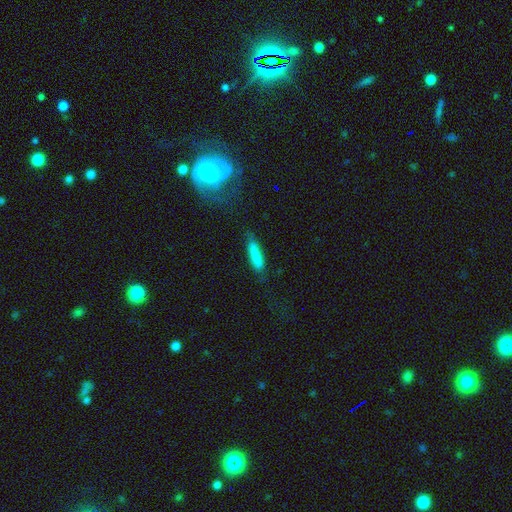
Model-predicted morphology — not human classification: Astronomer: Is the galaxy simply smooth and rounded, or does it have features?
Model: smooth — 83%.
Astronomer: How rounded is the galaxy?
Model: cigar-shaped — 76%.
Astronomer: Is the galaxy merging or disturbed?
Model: none — 67%.